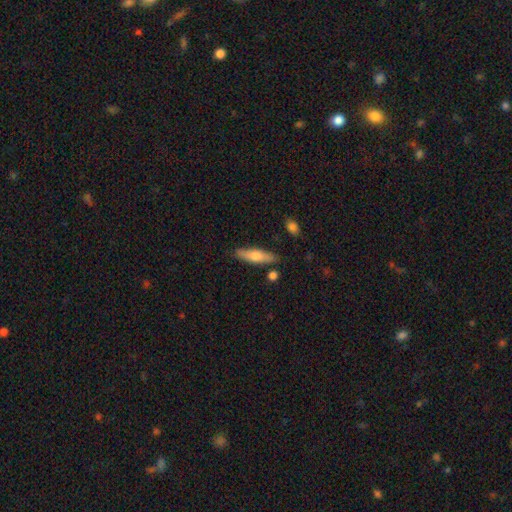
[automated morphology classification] smooth-or-featured: smooth: 62% | featured or disk: 32% | star or artifact: 6%
  how-rounded: cigar-shaped: 68% | in between: 30% | round: 2%
  merging: none: 83% | minor disturbance: 11% | merger: 4% | major disturbance: 2%